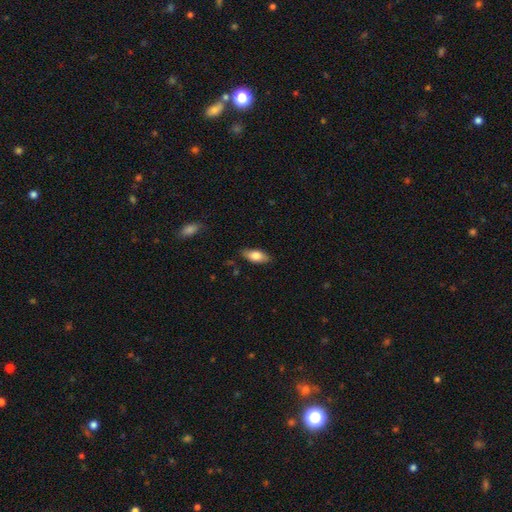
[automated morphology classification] Smooth or featured? smooth (78%)
How rounded? in between (85%)
Merging? none (83%)